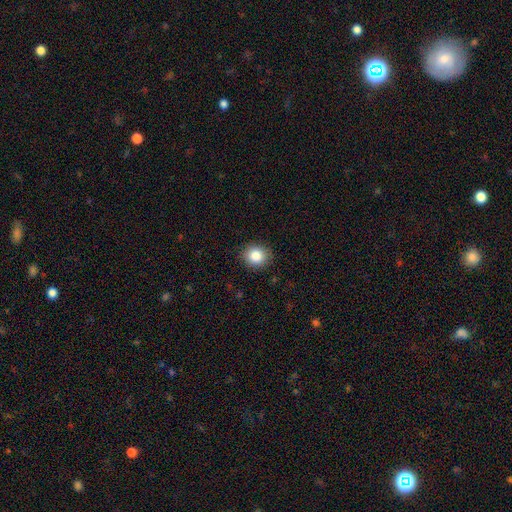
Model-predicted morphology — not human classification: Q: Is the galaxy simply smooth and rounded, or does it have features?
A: smooth — 85%.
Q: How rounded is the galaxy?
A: round — 76%.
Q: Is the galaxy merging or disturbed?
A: none — 89%.